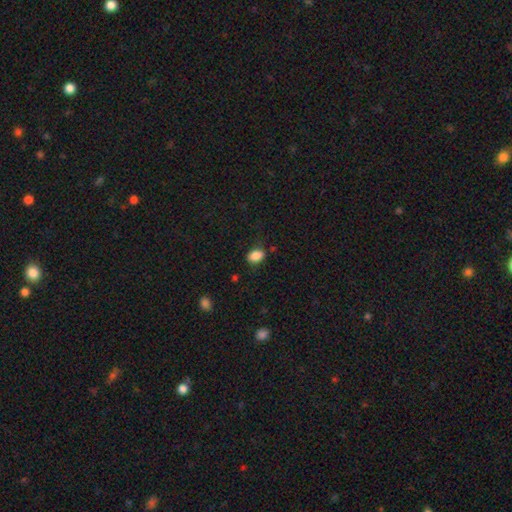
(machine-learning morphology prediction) Smooth or featured?
  - smooth: 87% *
  - star or artifact: 9%
  - featured or disk: 4%
How rounded?
  - in between: 82% *
  - round: 17%
  - cigar-shaped: 1%
Merging?
  - none: 79% *
  - minor disturbance: 15%
  - major disturbance: 4%
  - merger: 2%